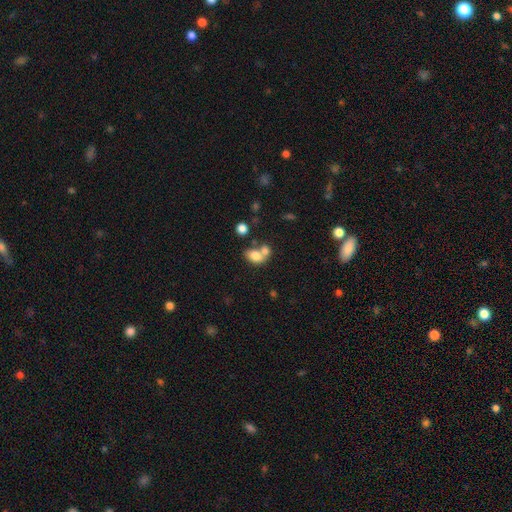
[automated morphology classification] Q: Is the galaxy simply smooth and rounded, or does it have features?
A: smooth — 77%.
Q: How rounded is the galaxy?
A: in between — 76%.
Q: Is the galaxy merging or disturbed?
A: merger — 53%.